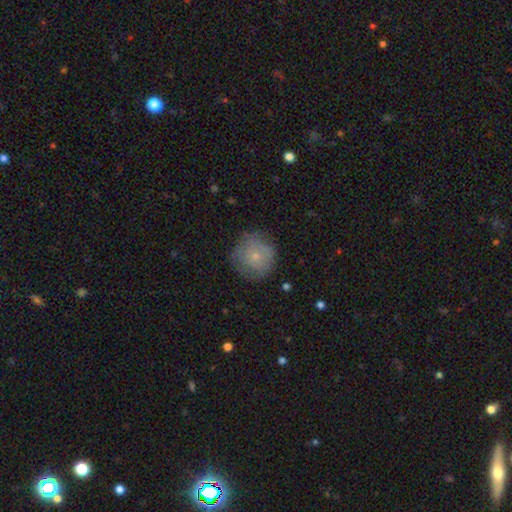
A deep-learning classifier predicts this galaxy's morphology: A smooth galaxy with no disk features (65%) that is round (92%). Merging: none (73%).